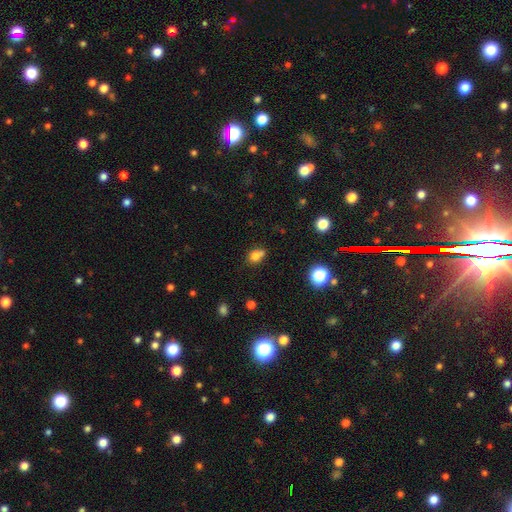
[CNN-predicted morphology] smooth-or-featured: smooth: 76% | star or artifact: 14% | featured or disk: 10%
  how-rounded: round: 57% | in between: 42% | cigar-shaped: 1%
  merging: none: 42% | merger: 38% | minor disturbance: 15% | major disturbance: 6%